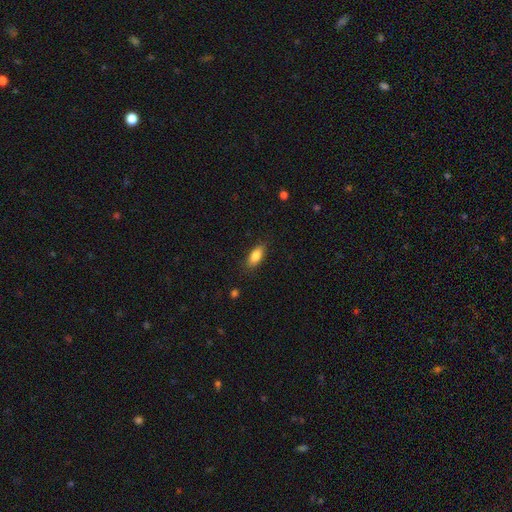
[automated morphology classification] smooth_or_featured: smooth (p=0.84) [alt: featured or disk p=0.09]
how_rounded: in between (p=0.83) [alt: cigar-shaped p=0.14]
merging: none (p=0.85) [alt: minor disturbance p=0.11]